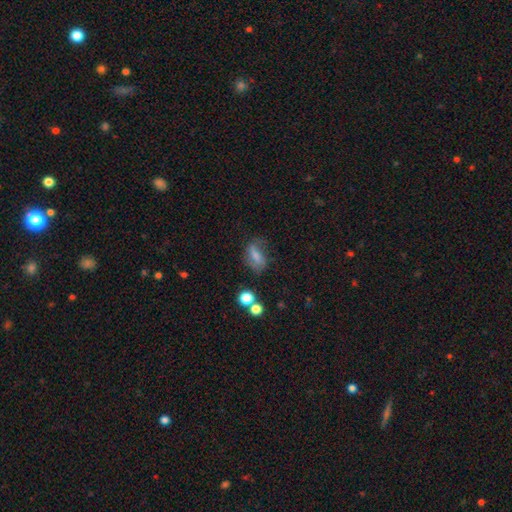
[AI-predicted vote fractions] Q: Smooth or featured?
A: smooth (64%); runner-up: featured or disk (24%)
Q: How rounded?
A: in between (75%); runner-up: cigar-shaped (14%)
Q: Merging?
A: none (53%); runner-up: minor disturbance (27%)